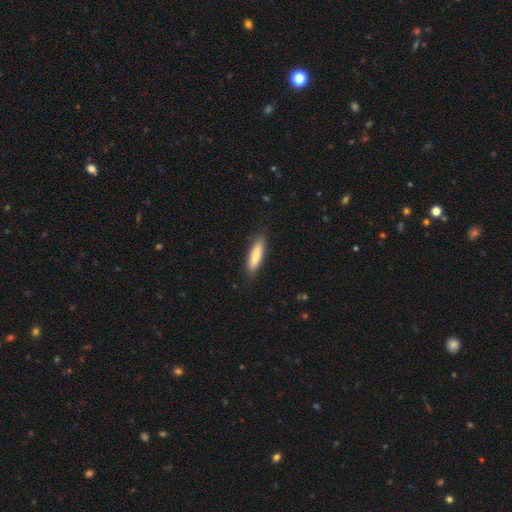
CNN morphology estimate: Overall: smooth (80%). How rounded: cigar-shaped (68%; in between 30%). Merging: none (85%).